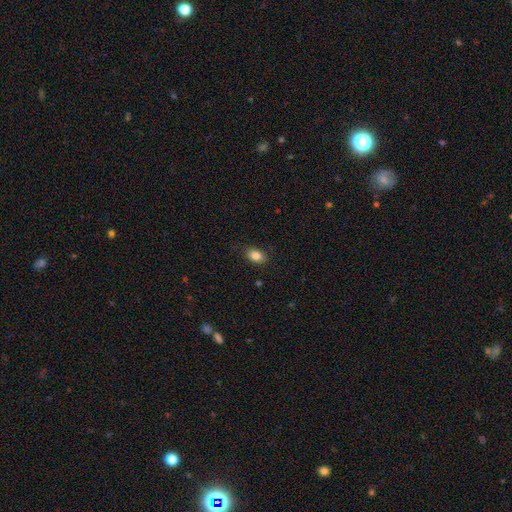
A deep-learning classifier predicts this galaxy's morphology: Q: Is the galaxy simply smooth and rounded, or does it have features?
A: smooth — 85%.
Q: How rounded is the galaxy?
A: in between — 85%.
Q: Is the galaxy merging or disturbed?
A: none — 87%.